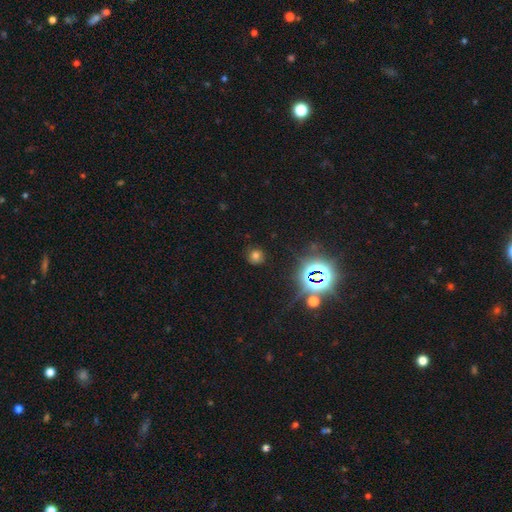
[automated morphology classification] Smooth or featured? Predicted: smooth (p=0.63). How rounded? Predicted: round (p=0.88). Merging? Predicted: none (p=0.85).